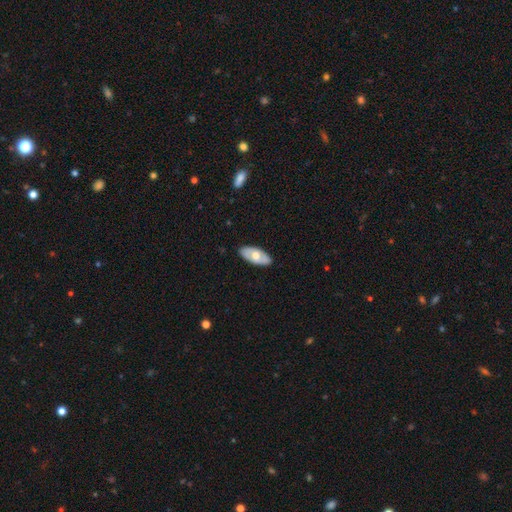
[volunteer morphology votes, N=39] Smooth or featured?
  - featured or disk: 62% *
  - smooth: 36%
  - star or artifact: 3%
Edge-on disk?
  - no: 83% *
  - yes: 17%
Bar?
  - no: 100% *
  - strong: 0%
  - weak: 0%
Spiral arms?
  - no: 85% *
  - yes: 15%
Bulge size?
  - moderate: 80% *
  - large: 10%
  - small: 5%
  - none: 5%
  - dominant: 0%
Merging?
  - none: 89% *
  - minor disturbance: 8%
  - major disturbance: 3%
  - merger: 0%